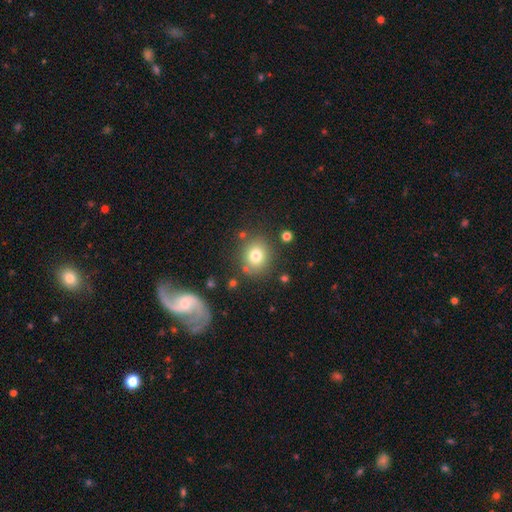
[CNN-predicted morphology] smooth 77%, star or artifact 13%, featured or disk 11%. Down the decision tree: how rounded — round (78%); merging — none (81%).